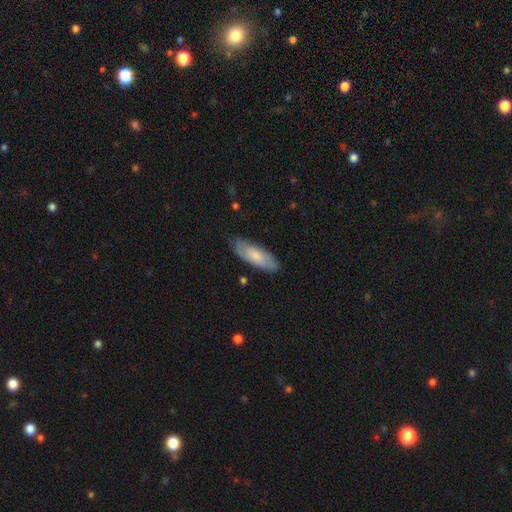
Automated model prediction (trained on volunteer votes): A smooth galaxy with no disk features (65%) that is in between round and cigar-shaped (71%).

Vote fractions:
- Smooth or featured? smooth: 65% / featured or disk: 29% / star or artifact: 6%
- How rounded? in between: 71% / cigar-shaped: 28% / round: 2%
- Merging? none: 76% / minor disturbance: 19% / major disturbance: 4% / merger: 1%